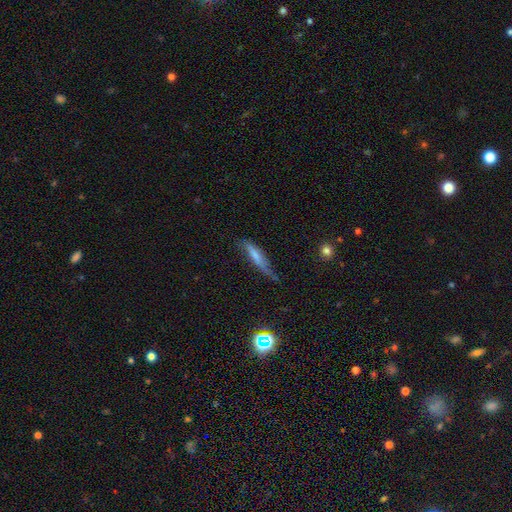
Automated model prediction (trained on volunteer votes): smooth 62%, featured or disk 30%, star or artifact 8%. Down the decision tree: how rounded — cigar-shaped (78%); merging — none (39%).